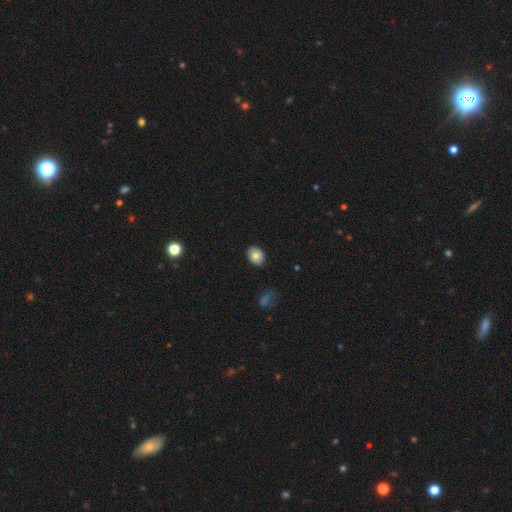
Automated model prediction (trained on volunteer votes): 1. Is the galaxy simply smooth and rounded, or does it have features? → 76% smooth, 15% featured or disk, 8% star or artifact.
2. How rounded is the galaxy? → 64% in between, 35% round, 1% cigar-shaped.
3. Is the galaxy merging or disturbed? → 87% none, 10% minor disturbance, 2% major disturbance, 1% merger.